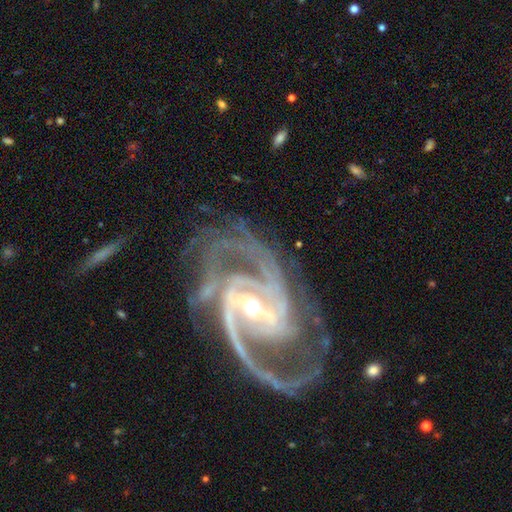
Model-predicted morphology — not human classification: Overall: featured or disk (93%). Edge-on disk: no (97%). Bar: strong (52%; weak 33%). Spiral arms: yes (99%). Spiral arm count: 2 (56%; 3 20%). Spiral winding: medium (52%; tight 38%). Bulge size: small (61%; moderate 35%). Merging: none (68%).